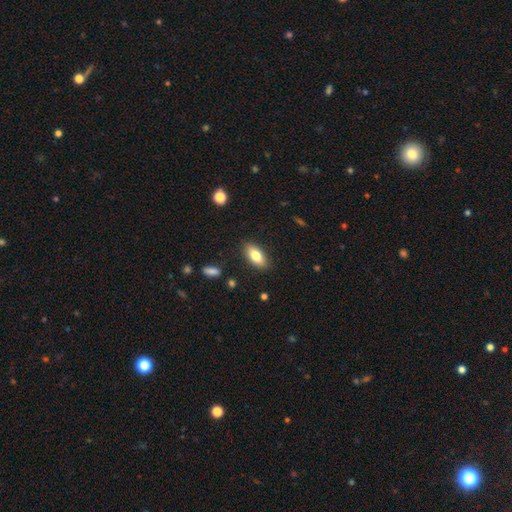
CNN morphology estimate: Smooth or featured: smooth — 79% (featured or disk — 14%)
How rounded: in between — 86% (cigar-shaped — 10%)
Merging: none — 86% (minor disturbance — 10%)